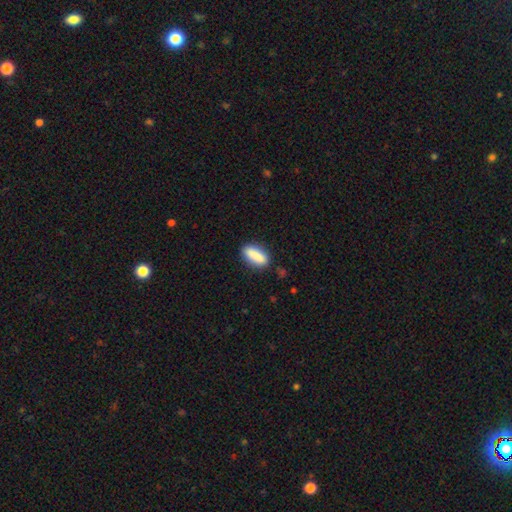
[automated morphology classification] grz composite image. It shows a smooth galaxy with no disk features (85%) that is in between round and cigar-shaped (65%). Merging: none (84%).